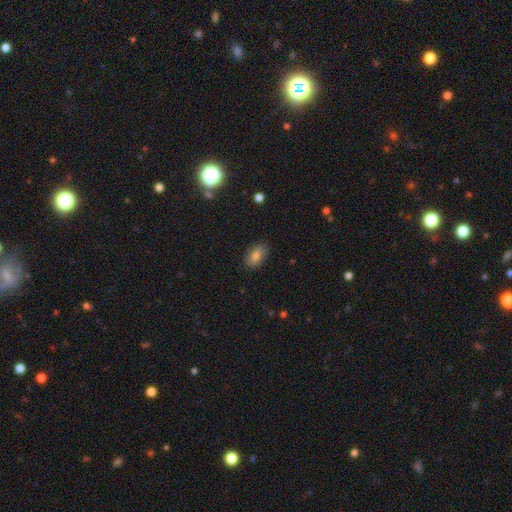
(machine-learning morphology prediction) Smooth or featured? Predicted: smooth (p=0.78). How rounded? Predicted: in between (p=0.90). Merging? Predicted: none (p=0.82).